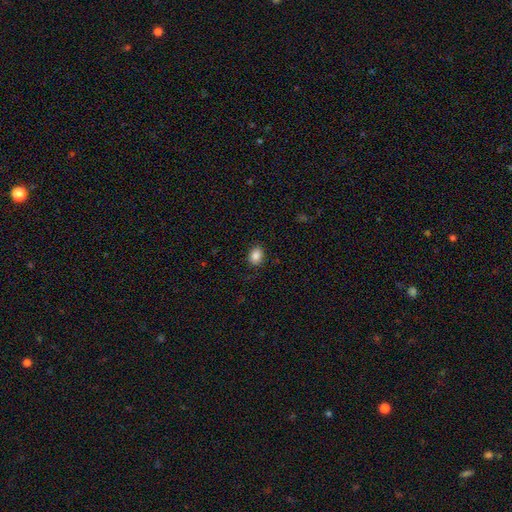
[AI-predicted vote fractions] Q: Smooth or featured?
A: smooth (86%); runner-up: star or artifact (9%)
Q: How rounded?
A: in between (59%); runner-up: round (40%)
Q: Merging?
A: none (85%); runner-up: minor disturbance (11%)